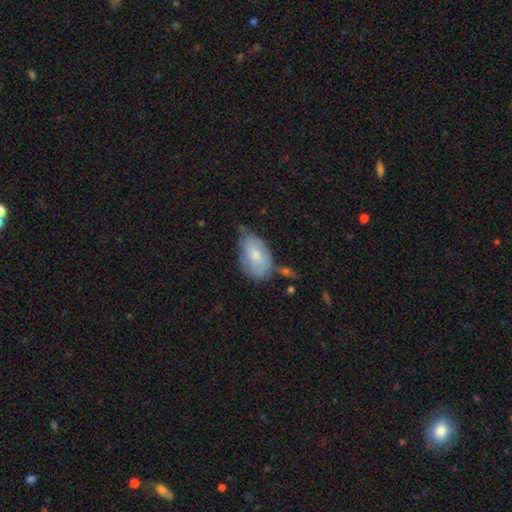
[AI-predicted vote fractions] Morphology: type=smooth (69%); roundness=in between (92%); merging=none (43%).